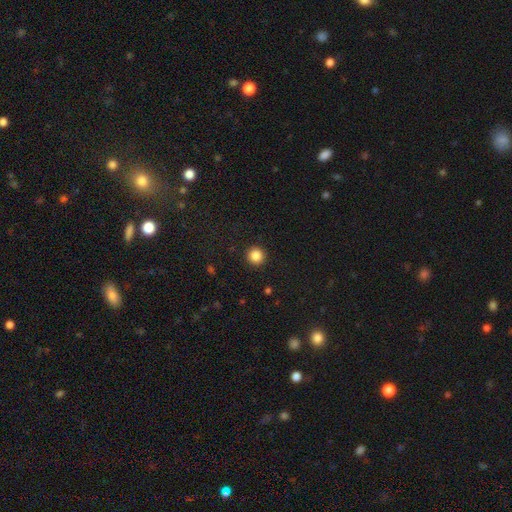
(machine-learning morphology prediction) The model was most divided on "smooth or featured": smooth: 86%, star or artifact: 10%, featured or disk: 4%. More confident: how rounded — round (96%); merging — none (93%).